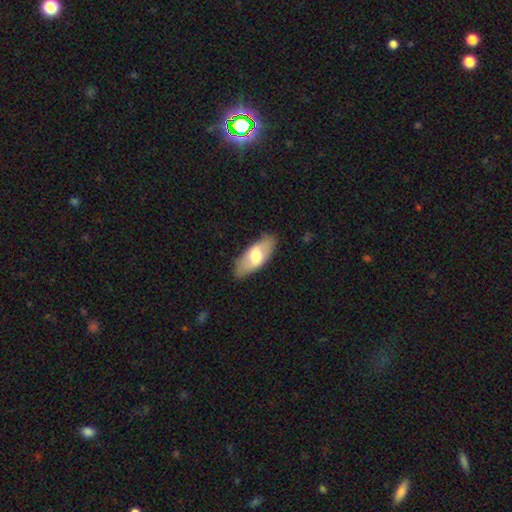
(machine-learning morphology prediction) The model was most divided on "smooth or featured": smooth: 62%, featured or disk: 33%, star or artifact: 5%. More confident: merging — none (84%); how rounded — in between (82%).